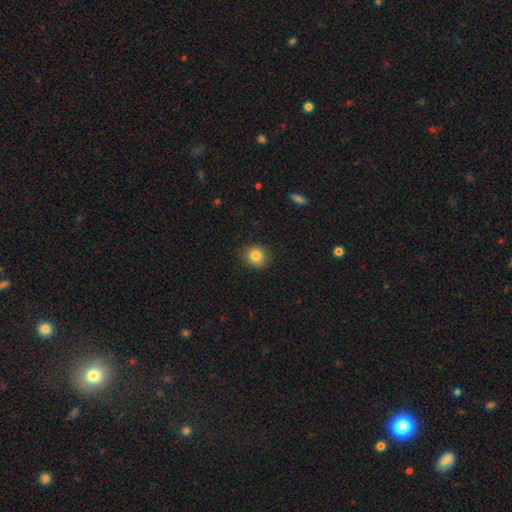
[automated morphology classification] A smooth galaxy with no disk features (83%) that is round (89%). Merging: none (88%).